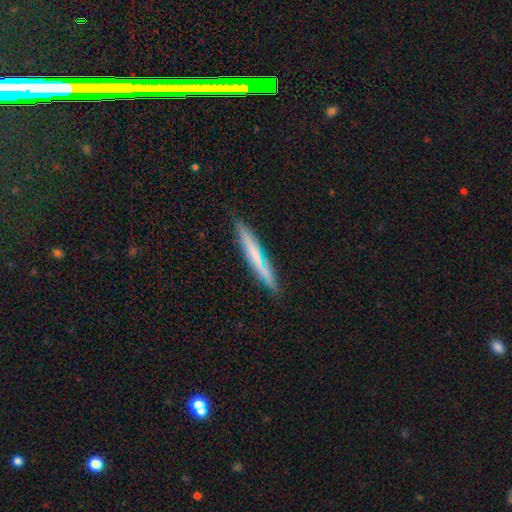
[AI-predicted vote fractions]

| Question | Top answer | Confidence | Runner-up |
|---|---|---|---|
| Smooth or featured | smooth | 52% | featured or disk (41%) |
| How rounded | cigar-shaped | 95% | in between (4%) |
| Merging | none | 86% | minor disturbance (10%) |